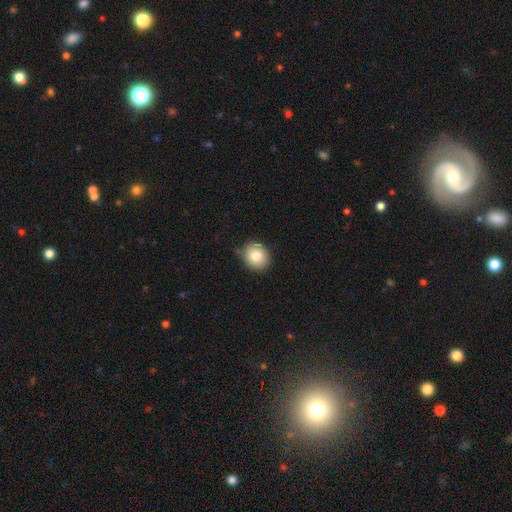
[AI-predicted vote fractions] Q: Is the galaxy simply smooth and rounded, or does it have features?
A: smooth — 80%.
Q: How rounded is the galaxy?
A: round — 79%.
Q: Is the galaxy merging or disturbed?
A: none — 79%.